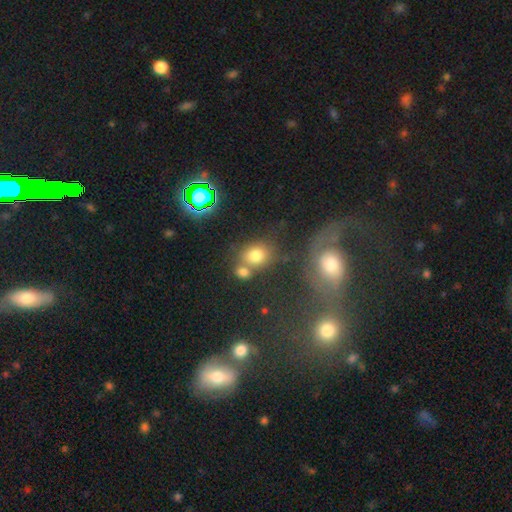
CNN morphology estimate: This appears to be a smooth galaxy with no disk features (73%) that is round (56%). Merging: none (48%).